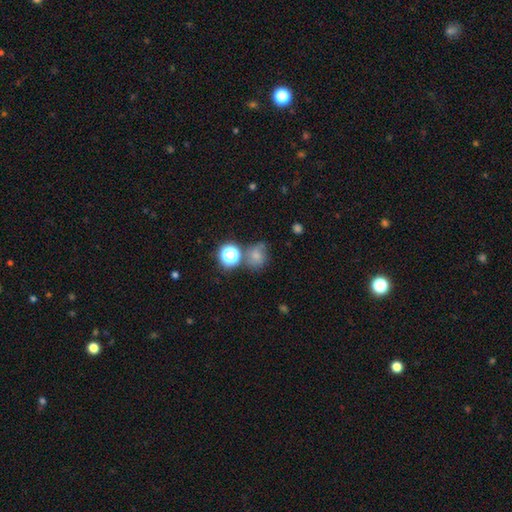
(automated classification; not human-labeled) Smooth or featured?
  - smooth: 65% *
  - star or artifact: 20%
  - featured or disk: 14%
How rounded?
  - round: 71% *
  - in between: 28%
  - cigar-shaped: 1%
Merging?
  - none: 54% *
  - minor disturbance: 22%
  - merger: 13%
  - major disturbance: 10%